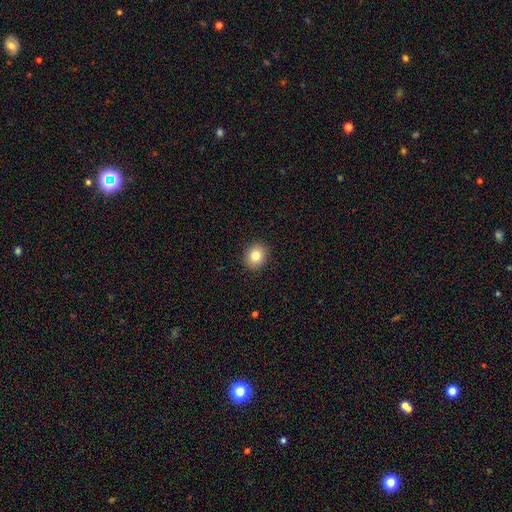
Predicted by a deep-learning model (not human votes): Smooth or featured? Predicted: smooth (p=0.81). How rounded? Predicted: round (p=0.70). Merging? Predicted: none (p=0.91).